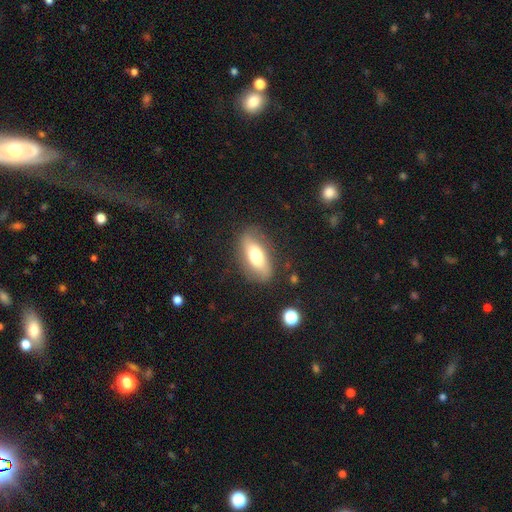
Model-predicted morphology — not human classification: Smooth or featured?
  - smooth: 60% *
  - featured or disk: 33%
  - star or artifact: 7%
How rounded?
  - in between: 79% *
  - cigar-shaped: 16%
  - round: 5%
Merging?
  - none: 80% *
  - minor disturbance: 14%
  - major disturbance: 5%
  - merger: 2%